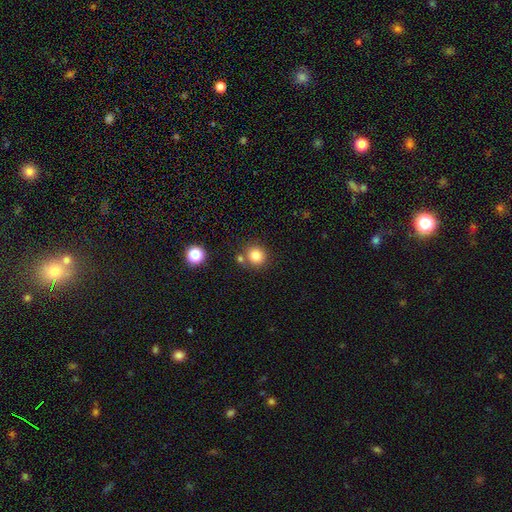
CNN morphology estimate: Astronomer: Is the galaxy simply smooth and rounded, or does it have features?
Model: smooth — 82%.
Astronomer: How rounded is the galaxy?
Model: round — 90%.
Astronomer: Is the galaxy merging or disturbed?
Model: none — 77%.